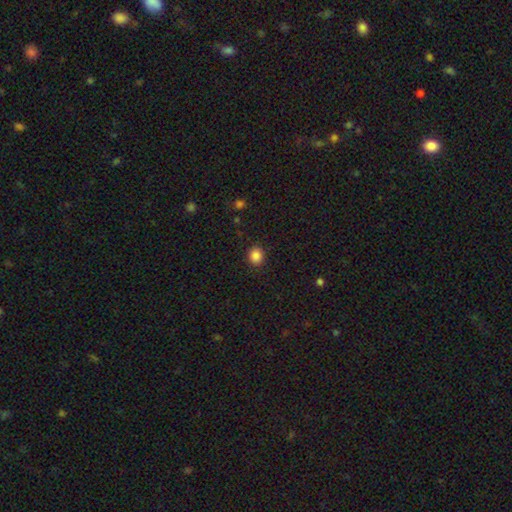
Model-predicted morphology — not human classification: A smooth galaxy with no disk features (87%) that is round (70%). Merging: none (90%).